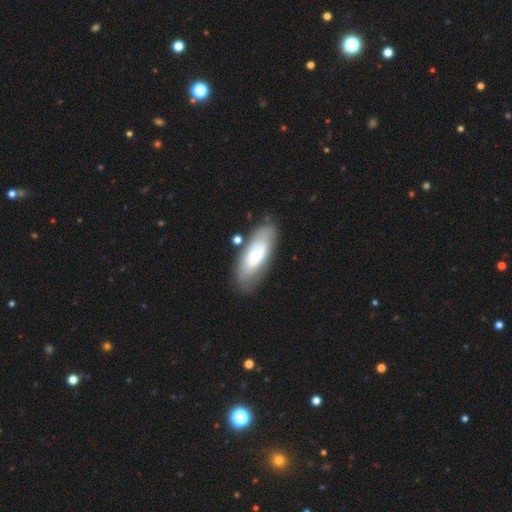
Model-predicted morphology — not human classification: Smooth or featured? smooth (54%)
How rounded? in between (76%)
Merging? none (73%)